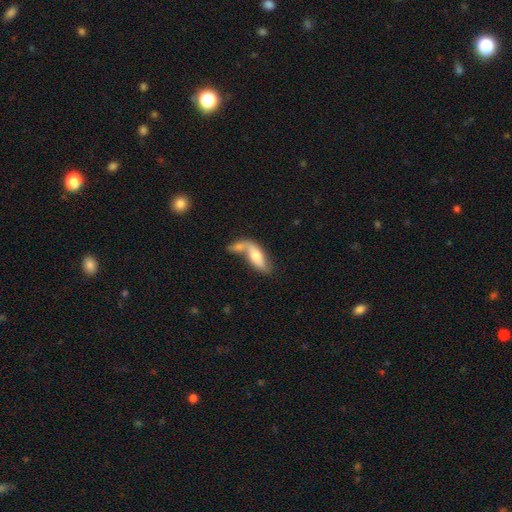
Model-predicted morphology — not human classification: Overall: smooth (57%; featured or disk 37%). How rounded: in between (70%). Merging: merger (58%; none 23%).